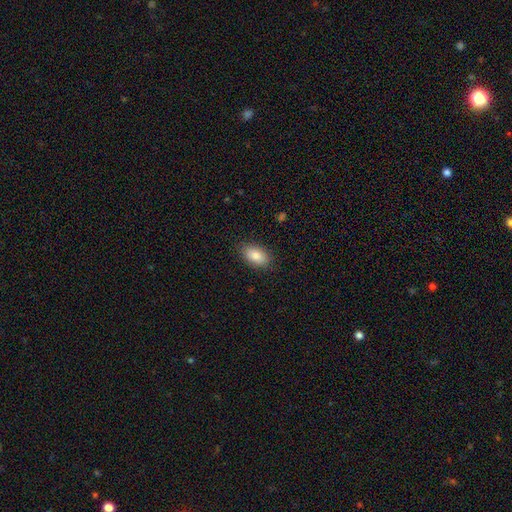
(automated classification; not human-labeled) smooth 86%, star or artifact 7%, featured or disk 7%. Down the decision tree: how rounded — in between (92%); merging — none (86%).